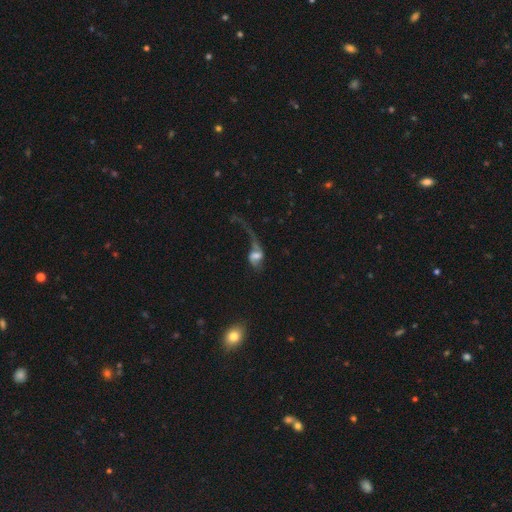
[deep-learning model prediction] smooth-or-featured: featured or disk: 58% | smooth: 32% | star or artifact: 10%
  disk-edge-on: no: 94% | yes: 6%
    bar: no: 49% | weak: 39% | strong: 13%
    has-spiral-arms: yes: 73% | no: 27%
    bulge-size: moderate: 36% | small: 22% | large: 21% | none: 16% | dominant: 5%
  merging: major disturbance: 57% | none: 18% | merger: 15% | minor disturbance: 10%